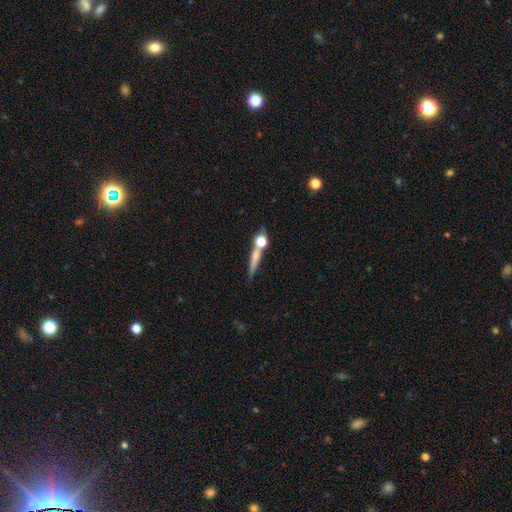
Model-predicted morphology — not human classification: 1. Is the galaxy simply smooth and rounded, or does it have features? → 50% smooth, 38% featured or disk, 12% star or artifact.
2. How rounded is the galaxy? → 70% cigar-shaped, 19% round, 11% in between.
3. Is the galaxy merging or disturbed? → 61% none, 21% merger, 11% minor disturbance, 6% major disturbance.